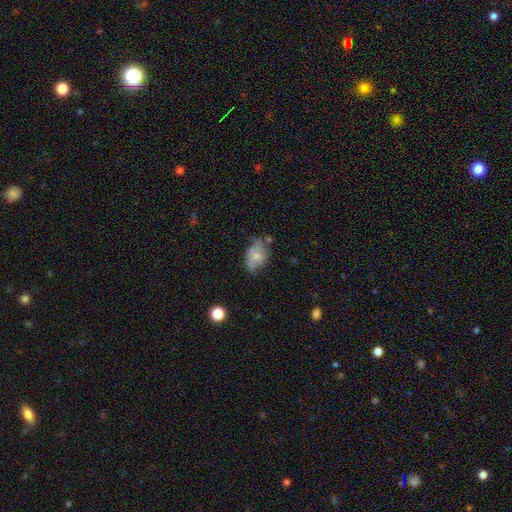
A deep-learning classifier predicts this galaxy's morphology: smooth-or-featured: smooth: 46% (tied) | featured or disk: 46% (tied) | star or artifact: 8%
  merging: none: 49% | minor disturbance: 34% | major disturbance: 13% | merger: 5%